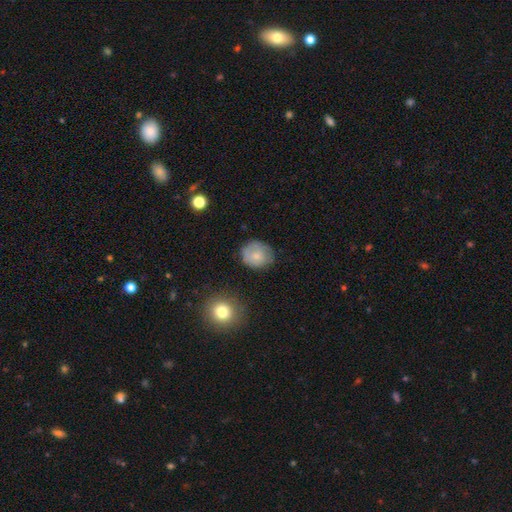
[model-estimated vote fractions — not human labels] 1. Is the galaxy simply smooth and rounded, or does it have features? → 74% smooth, 18% featured or disk, 8% star or artifact.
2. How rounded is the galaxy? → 73% round, 26% in between, 1% cigar-shaped.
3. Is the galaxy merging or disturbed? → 68% none, 23% minor disturbance, 6% major disturbance, 2% merger.